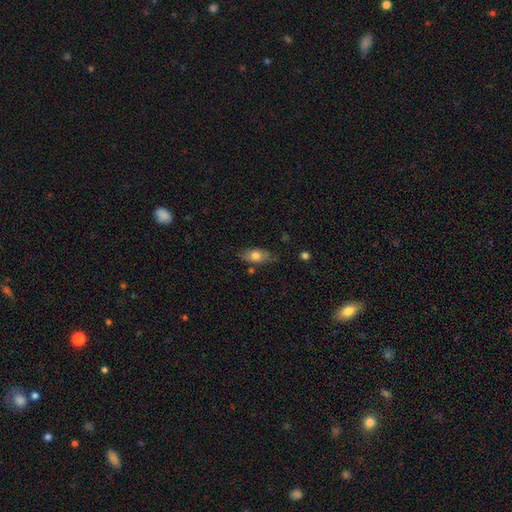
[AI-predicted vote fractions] Smooth or featured?
  - smooth: 68% *
  - featured or disk: 25%
  - star or artifact: 7%
How rounded?
  - in between: 84% *
  - cigar-shaped: 10%
  - round: 5%
Merging?
  - none: 72% *
  - minor disturbance: 20%
  - major disturbance: 4%
  - merger: 3%